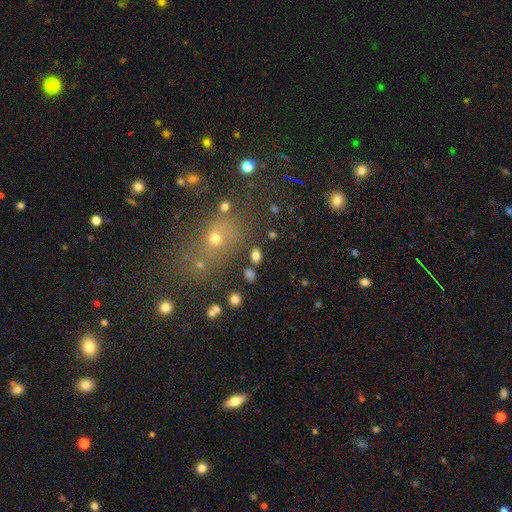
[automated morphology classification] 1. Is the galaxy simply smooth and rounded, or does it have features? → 77% smooth, 14% star or artifact, 9% featured or disk.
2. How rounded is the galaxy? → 79% in between, 18% round, 3% cigar-shaped.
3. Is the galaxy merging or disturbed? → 77% none, 10% minor disturbance, 8% merger, 4% major disturbance.